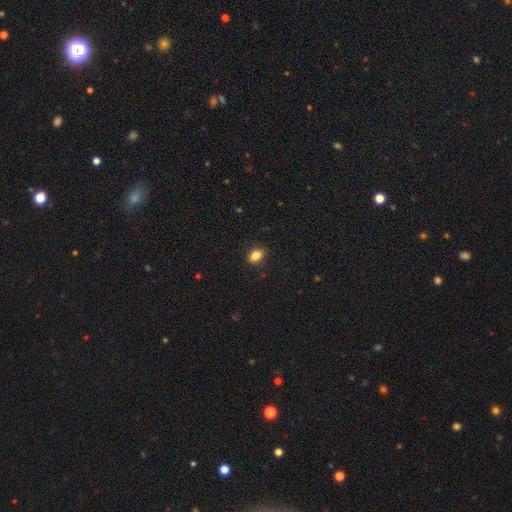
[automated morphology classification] The model was most divided on "how rounded": in between: 78%, round: 20%, cigar-shaped: 2%. More confident: merging — none (85%); smooth or featured — smooth (85%).